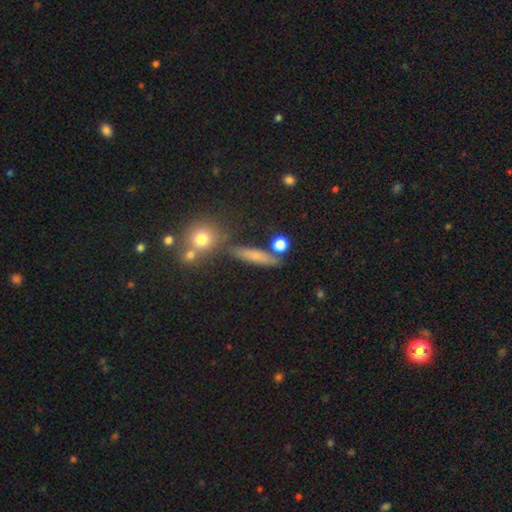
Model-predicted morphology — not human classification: smooth-or-featured: smooth: 65% | featured or disk: 22% | star or artifact: 13%
  how-rounded: cigar-shaped: 69% | in between: 21% | round: 11%
  merging: none: 75% | minor disturbance: 12% | merger: 8% | major disturbance: 4%